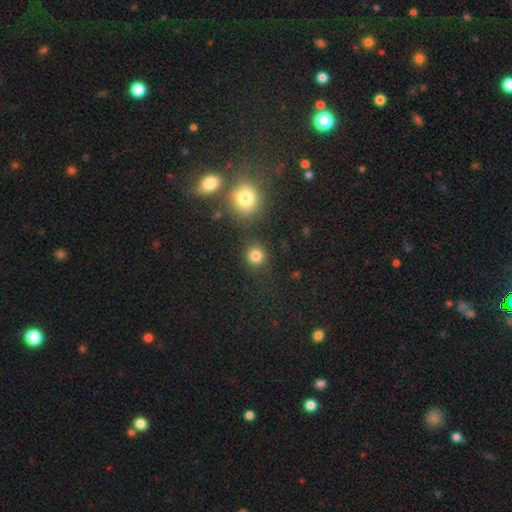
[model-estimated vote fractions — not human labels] Smooth or featured?
  - smooth: 82% *
  - star or artifact: 13%
  - featured or disk: 5%
How rounded?
  - round: 89% *
  - in between: 10%
  - cigar-shaped: 1%
Merging?
  - none: 84% *
  - minor disturbance: 8%
  - merger: 6%
  - major disturbance: 3%